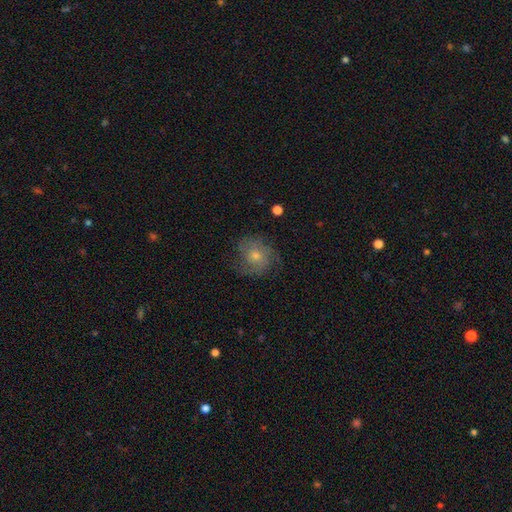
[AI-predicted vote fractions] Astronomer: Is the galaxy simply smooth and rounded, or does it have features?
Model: featured or disk — 58%.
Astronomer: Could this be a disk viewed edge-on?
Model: no — 97%.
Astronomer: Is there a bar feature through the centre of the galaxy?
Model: no — 81%.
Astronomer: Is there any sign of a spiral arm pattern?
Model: yes — 86%.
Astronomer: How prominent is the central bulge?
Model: small — 49% (runner-up: moderate, 46%).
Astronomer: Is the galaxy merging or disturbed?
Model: none — 72%.